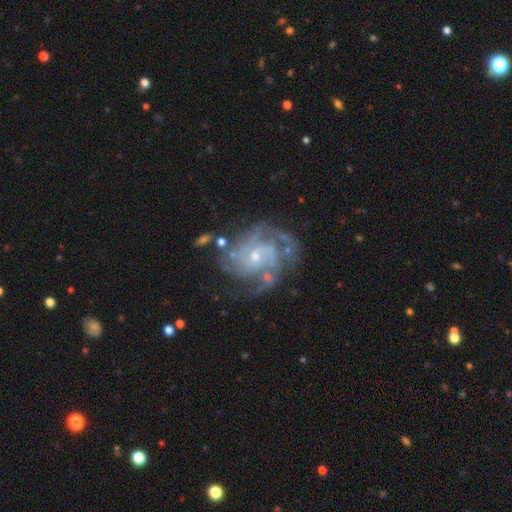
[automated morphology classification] Smooth or featured: featured or disk — 89% (star or artifact — 6%)
Edge-on disk: no — 98% (yes — 2%)
Bar: no — 65% (weak — 30%)
Spiral arms: yes — 97% (no — 3%)
Spiral winding: tight — 53% (medium — 38%)
Spiral arm count: 3 — 28% (can't tell — 22%)
Bulge size: small — 65% (moderate — 31%)
Merging: none — 63% (minor disturbance — 20%)